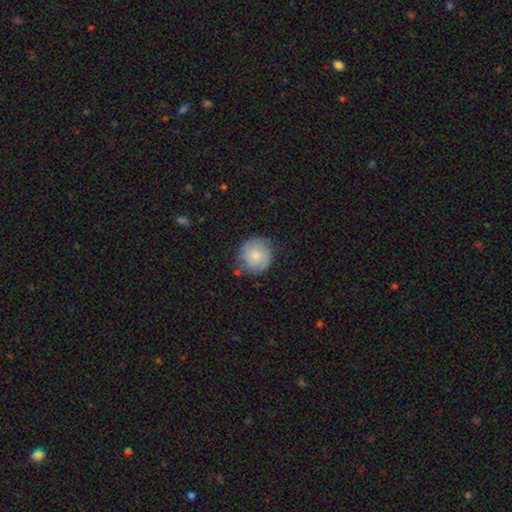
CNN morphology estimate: smooth-or-featured: smooth: 58% | featured or disk: 35% | star or artifact: 7%
  how-rounded: round: 91% | in between: 8% | cigar-shaped: 1%
  merging: none: 77% | minor disturbance: 17% | major disturbance: 4% | merger: 2%